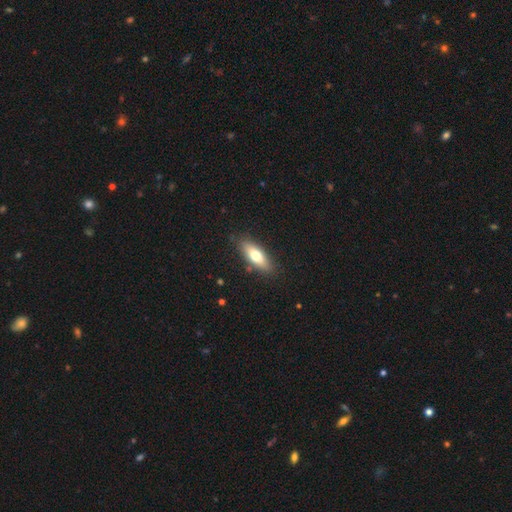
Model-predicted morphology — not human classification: Smooth or featured? smooth (70%)
How rounded? in between (64%)
Merging? none (84%)